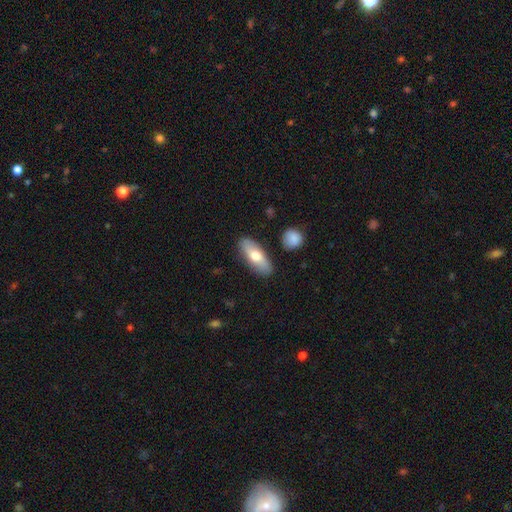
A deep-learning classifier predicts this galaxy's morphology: Smooth or featured? Predicted: smooth (p=0.64). How rounded? Predicted: in between (p=0.73). Merging? Predicted: none (p=0.85).